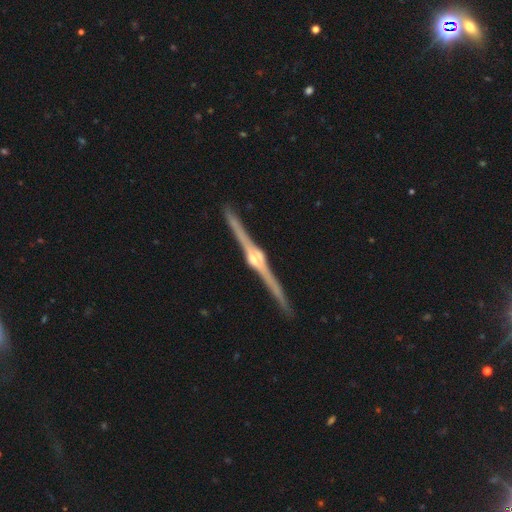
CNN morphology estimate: This appears to be a featured or disk galaxy (91%) viewed edge-on (99%) with a rounded central bulge (88%). Merging: none (92%).